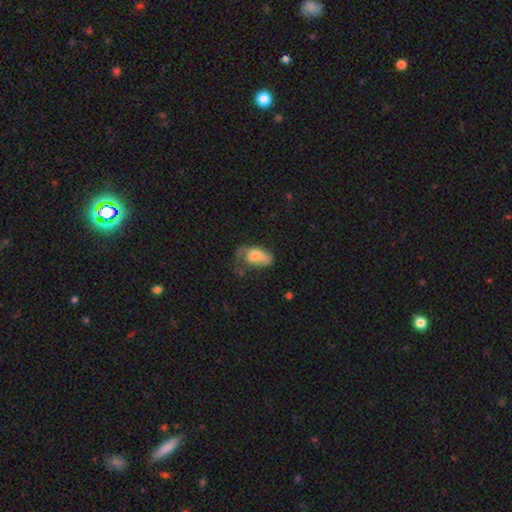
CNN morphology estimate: Q: Smooth or featured?
A: smooth (70%); runner-up: featured or disk (22%)
Q: How rounded?
A: in between (91%); runner-up: round (7%)
Q: Merging?
A: major disturbance (42%); runner-up: minor disturbance (30%)